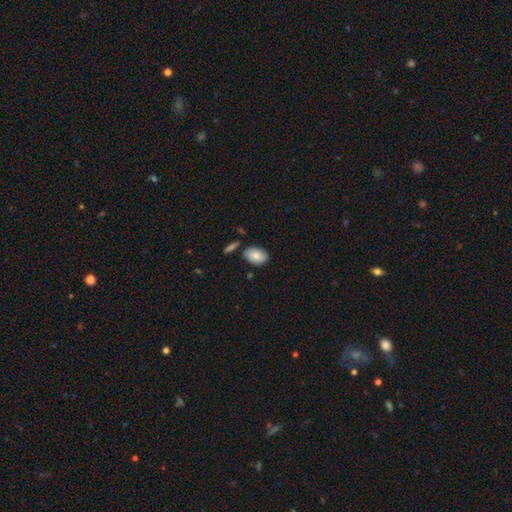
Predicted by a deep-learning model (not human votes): Smooth or featured: smooth — 81% (featured or disk — 12%)
How rounded: in between — 85% (round — 14%)
Merging: none — 71% (minor disturbance — 18%)